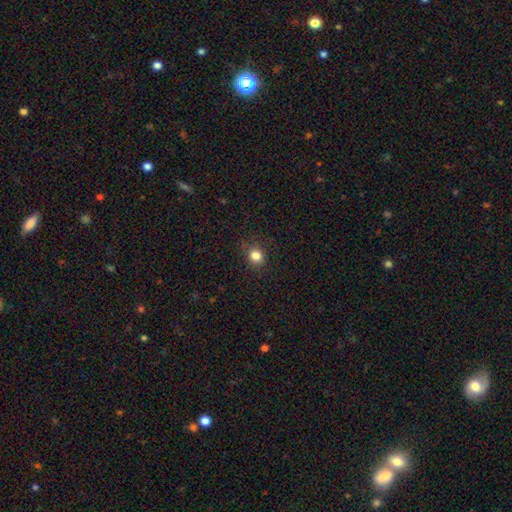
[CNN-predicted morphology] Smooth or featured? Predicted: smooth (p=0.82). How rounded? Predicted: round (p=0.80). Merging? Predicted: none (p=0.86).